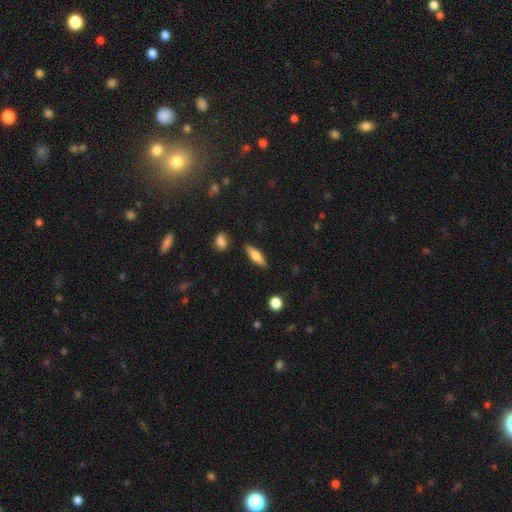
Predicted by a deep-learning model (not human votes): A smooth galaxy with no disk features (59%) that is cigar-shaped (55%).

Vote fractions:
- Smooth or featured? smooth: 59% / featured or disk: 34% / star or artifact: 7%
- How rounded? cigar-shaped: 55% / in between: 42% / round: 3%
- Merging? none: 86% / minor disturbance: 10% / major disturbance: 2% / merger: 2%